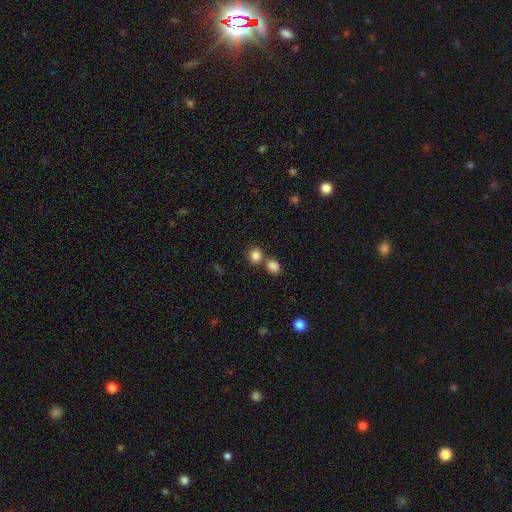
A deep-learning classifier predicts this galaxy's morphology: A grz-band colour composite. It shows a smooth galaxy with no disk features (84%) that is round (71%). Merging: none (58%).